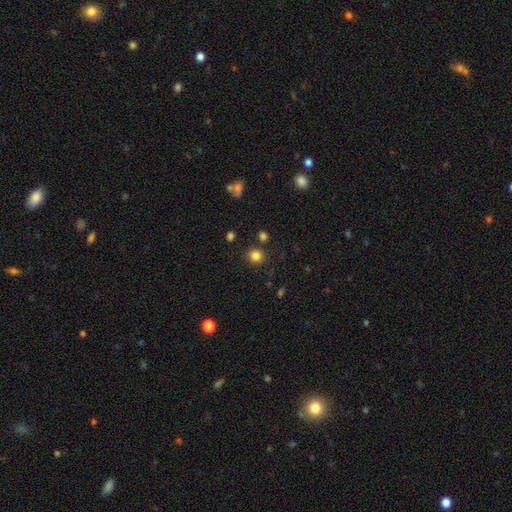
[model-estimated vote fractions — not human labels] Smooth or featured? Predicted: smooth (p=0.83). How rounded? Predicted: round (p=0.87). Merging? Predicted: none (p=0.85).